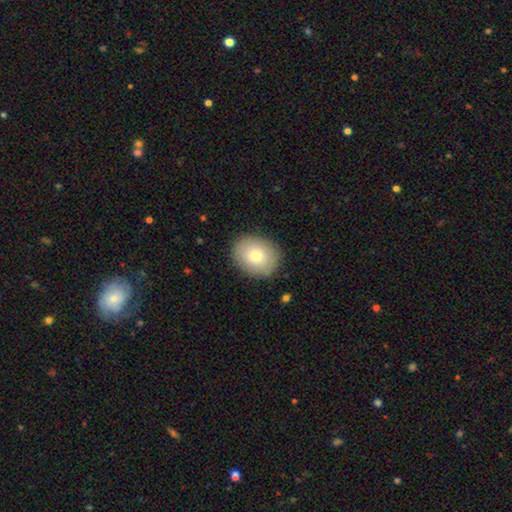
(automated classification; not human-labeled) smooth-or-featured: smooth: 78% | featured or disk: 14% | star or artifact: 8%
  how-rounded: round: 51% | in between: 48% | cigar-shaped: 1%
  merging: none: 88% | minor disturbance: 9% | major disturbance: 2% | merger: 1%